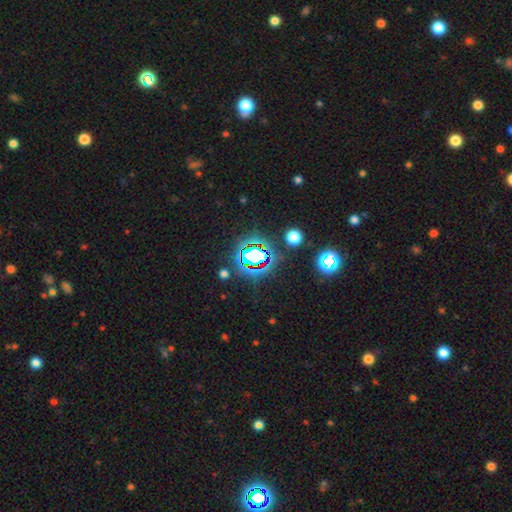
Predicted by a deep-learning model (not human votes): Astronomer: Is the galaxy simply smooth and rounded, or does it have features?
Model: star or artifact — 69%.